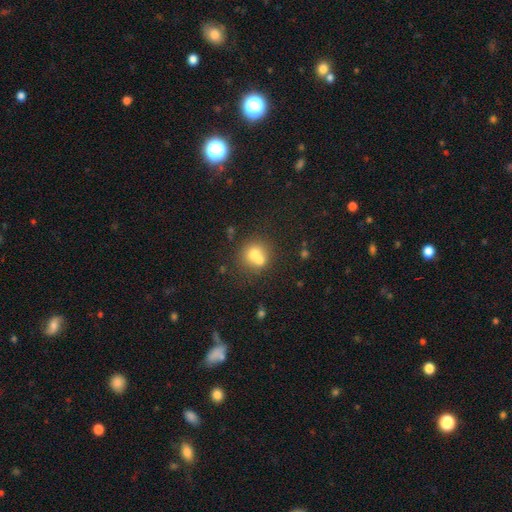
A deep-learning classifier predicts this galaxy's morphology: A smooth galaxy with no disk features (67%) that is round (83%).

Vote fractions:
- Smooth or featured? smooth: 67% / featured or disk: 21% / star or artifact: 12%
- How rounded? round: 83% / in between: 16% / cigar-shaped: 1%
- Merging? merger: 51% / none: 38% / minor disturbance: 8% / major disturbance: 3%